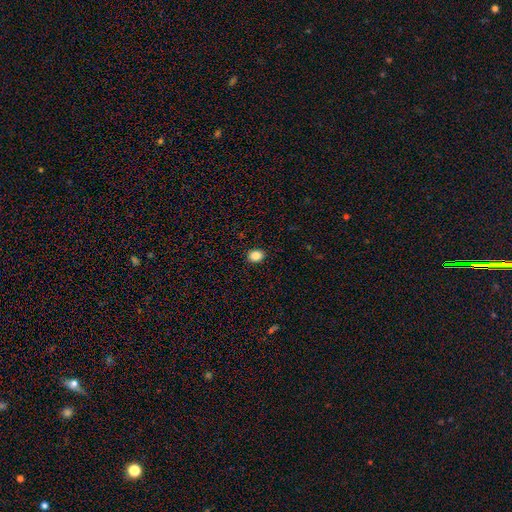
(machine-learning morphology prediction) smooth-or-featured: smooth: 86% | star or artifact: 10% | featured or disk: 4%
  how-rounded: round: 53% | in between: 46% | cigar-shaped: 1%
  merging: none: 91% | minor disturbance: 6% | major disturbance: 2% | merger: 1%